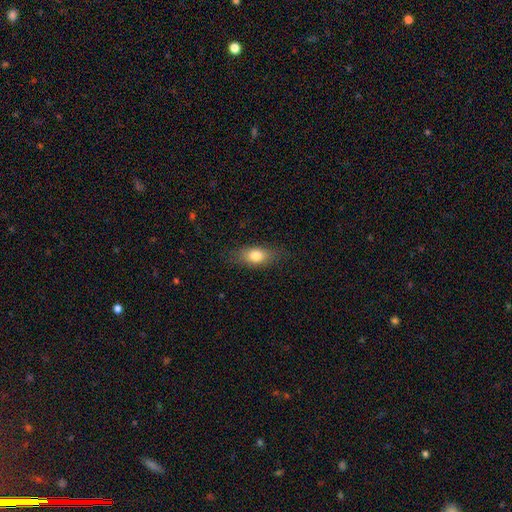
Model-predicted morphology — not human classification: Q: Smooth or featured?
A: smooth (77%); runner-up: featured or disk (15%)
Q: How rounded?
A: in between (79%); runner-up: cigar-shaped (12%)
Q: Merging?
A: none (80%); runner-up: minor disturbance (15%)